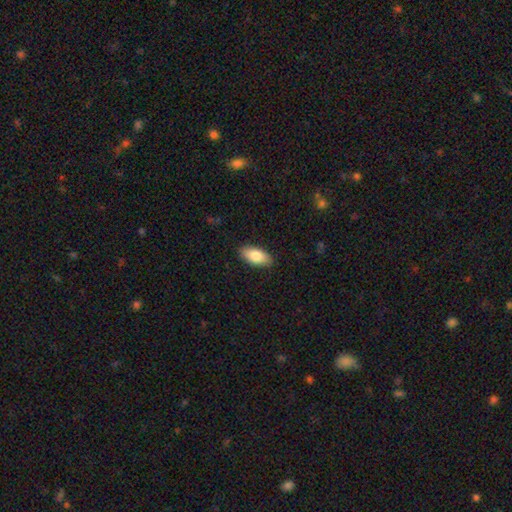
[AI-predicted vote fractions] Morphology: type=smooth (82%); roundness=in between (91%); merging=none (88%).